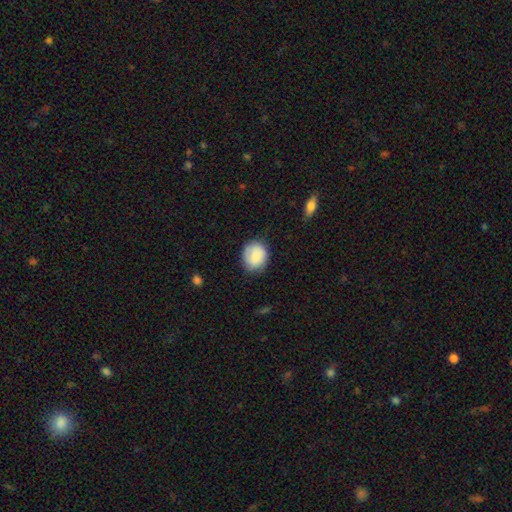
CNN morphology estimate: type=smooth (84%); roundness=round (68%); merging=none (75%).